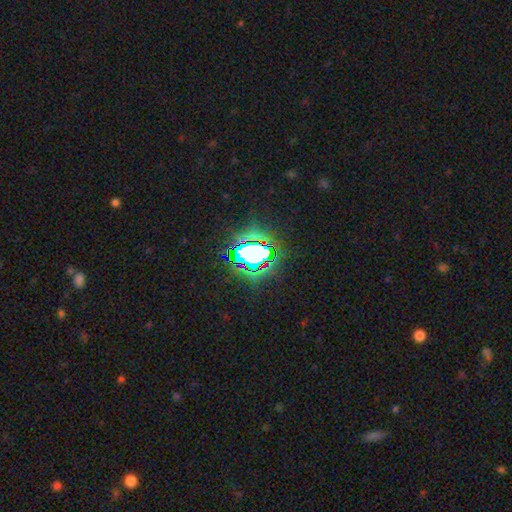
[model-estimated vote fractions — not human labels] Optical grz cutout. It shows a star or artifact, not a galaxy (82%).